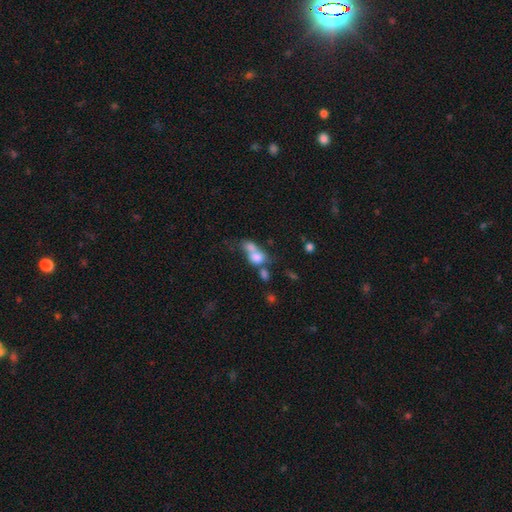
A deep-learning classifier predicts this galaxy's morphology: A smooth galaxy with no disk features (68%) that is in between round and cigar-shaped (58%).

Vote fractions:
- Smooth or featured? smooth: 68% / featured or disk: 21% / star or artifact: 12%
- How rounded? in between: 58% / round: 37% / cigar-shaped: 5%
- Merging? merger: 65% / none: 17% / major disturbance: 9% / minor disturbance: 8%